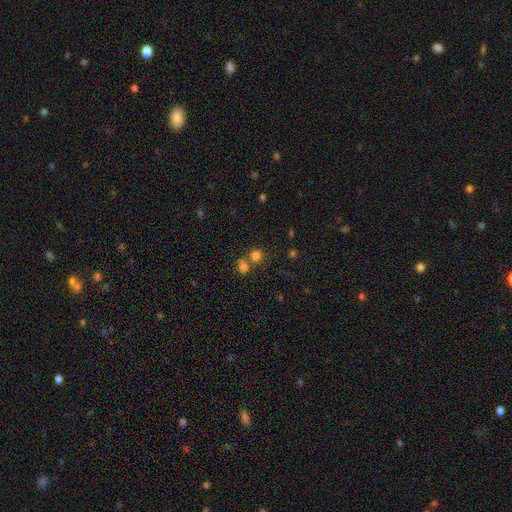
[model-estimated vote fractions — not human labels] Smooth or featured?
  - smooth: 74% *
  - star or artifact: 19%
  - featured or disk: 7%
How rounded?
  - round: 89% *
  - in between: 10%
  - cigar-shaped: 1%
Merging?
  - none: 61% *
  - merger: 29%
  - minor disturbance: 7%
  - major disturbance: 3%